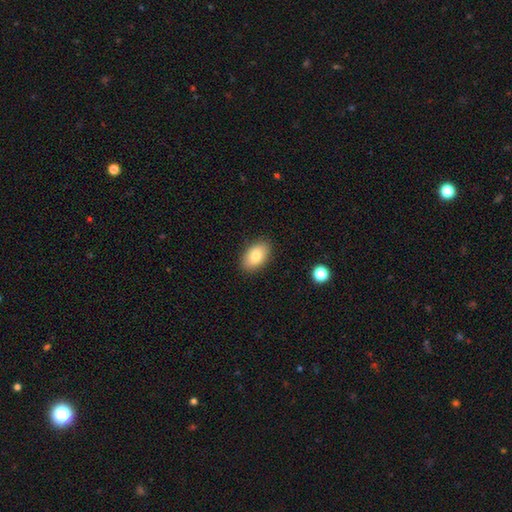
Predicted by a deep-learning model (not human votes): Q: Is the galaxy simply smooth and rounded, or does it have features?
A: smooth — 82%.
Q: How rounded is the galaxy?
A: in between — 92%.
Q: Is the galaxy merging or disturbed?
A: none — 88%.